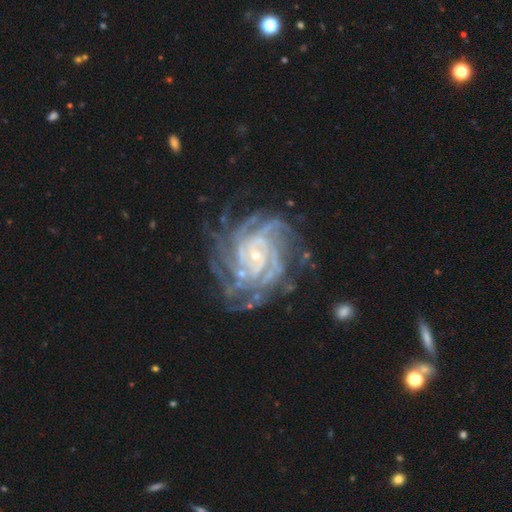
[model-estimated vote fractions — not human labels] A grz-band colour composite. It shows a featured or disk galaxy (91%) with no bar (67%), more than 4 (32%) tight (77%) spiral arms (98%) and a small central bulge (82%). Merging: none (72%).